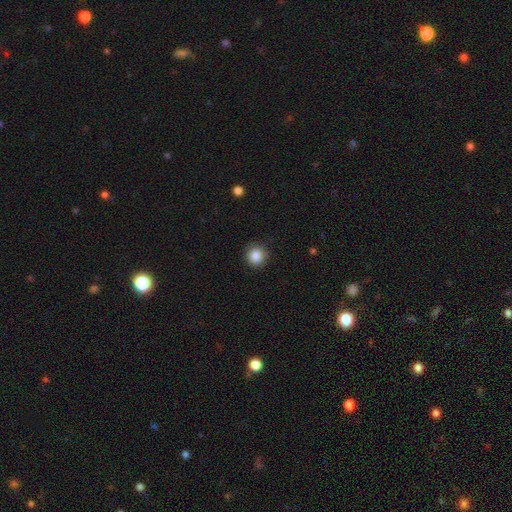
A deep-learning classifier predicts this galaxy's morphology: smooth 86%, star or artifact 10%, featured or disk 4%. Down the decision tree: how rounded — round (93%); merging — none (86%).